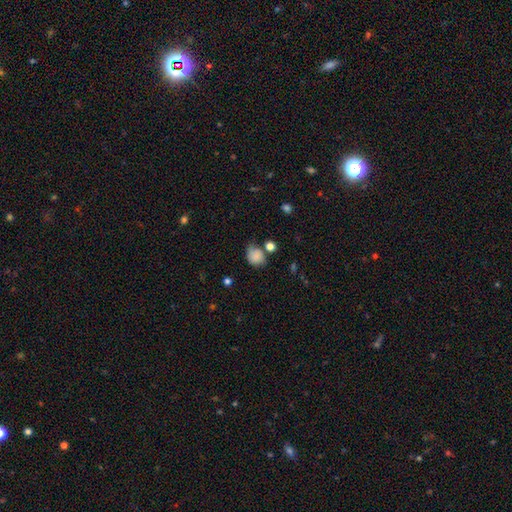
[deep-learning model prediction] This appears to be a smooth galaxy with no disk features (82%) that is round (66%). Merging: none (49%).